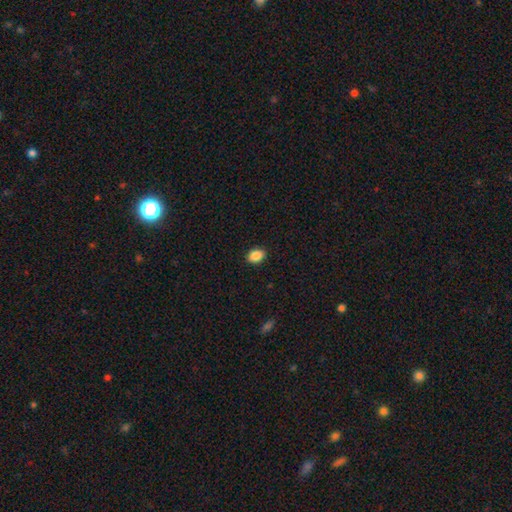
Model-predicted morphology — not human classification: type=smooth (88%); roundness=in between (74%); merging=none (90%).